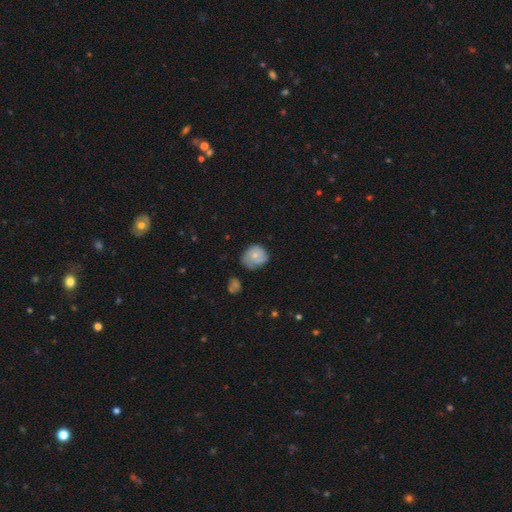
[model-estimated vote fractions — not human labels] A smooth galaxy with no disk features (63%) that is round (72%). Merging: none (53%).